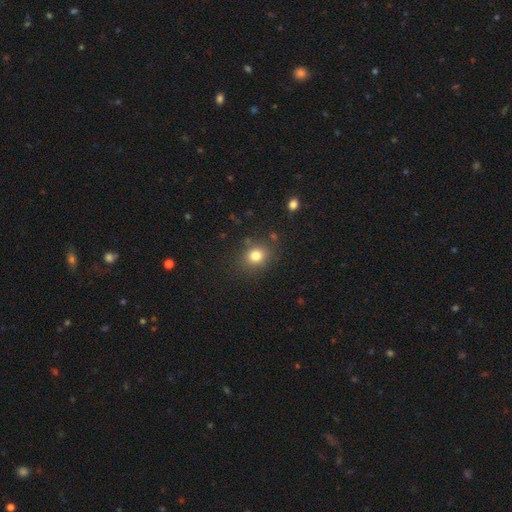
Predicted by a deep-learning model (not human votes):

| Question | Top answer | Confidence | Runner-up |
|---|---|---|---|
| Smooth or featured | smooth | 80% | star or artifact (13%) |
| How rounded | round | 67% | in between (32%) |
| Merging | none | 82% | minor disturbance (11%) |